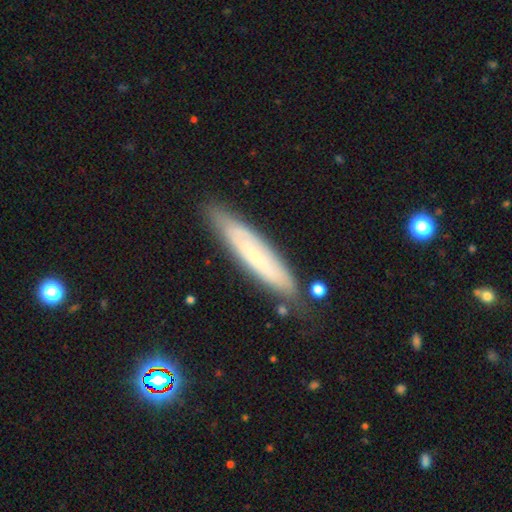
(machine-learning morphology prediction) The model was most divided on "smooth or featured": featured or disk: 47%, smooth: 45%, star or artifact: 8%. More confident: merging — none (80%).